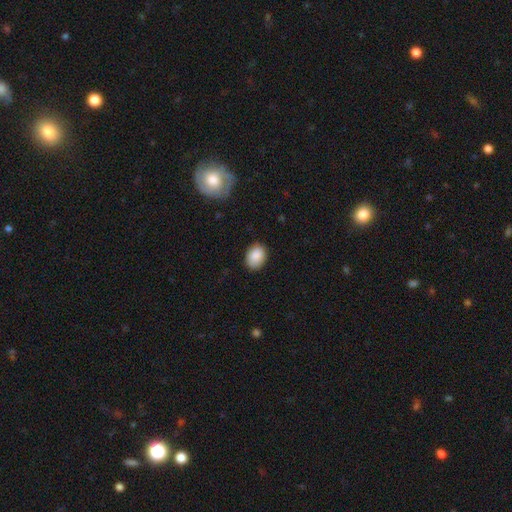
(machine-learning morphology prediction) Smooth or featured?
  - smooth: 89% *
  - star or artifact: 7%
  - featured or disk: 4%
How rounded?
  - in between: 74% *
  - round: 25%
  - cigar-shaped: 1%
Merging?
  - none: 84% *
  - minor disturbance: 12%
  - major disturbance: 2%
  - merger: 1%